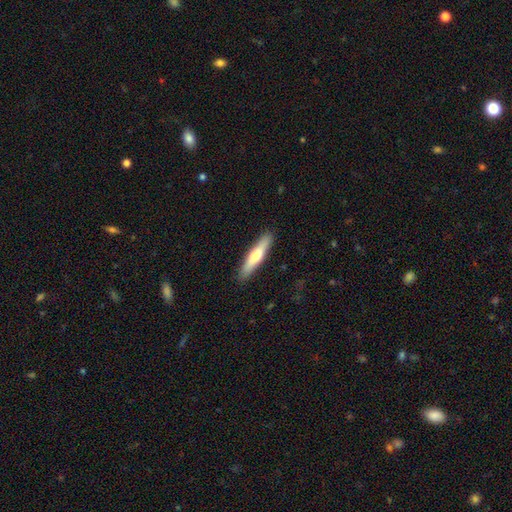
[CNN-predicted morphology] Overall: smooth (62%; featured or disk 33%). How rounded: cigar-shaped (87%). Merging: none (89%).